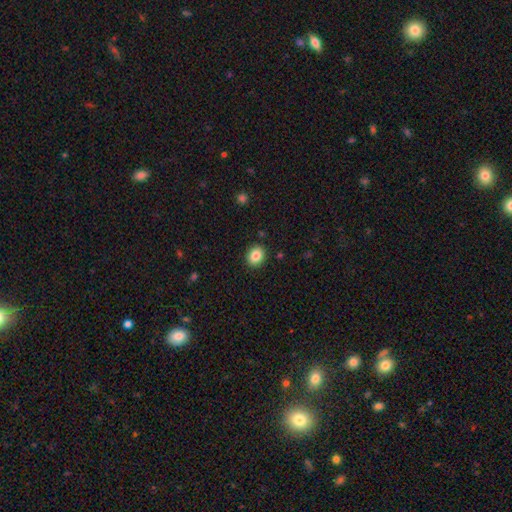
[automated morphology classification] Smooth or featured? smooth (85%)
How rounded? round (59%)
Merging? none (90%)